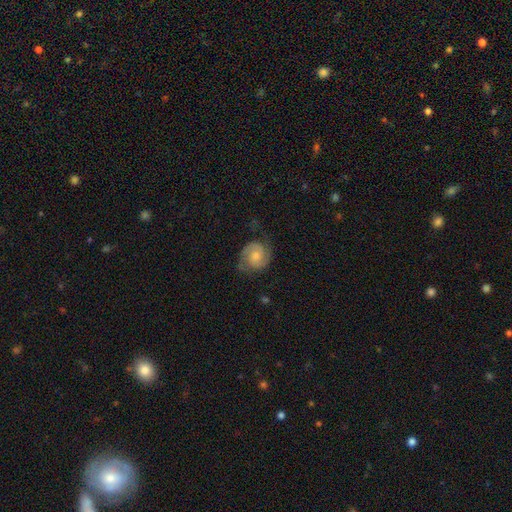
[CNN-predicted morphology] Q: Smooth or featured?
A: featured or disk (68%); runner-up: smooth (25%)
Q: Edge-on disk?
A: no (98%); runner-up: yes (2%)
Q: Bar?
A: no (66%); runner-up: weak (30%)
Q: Spiral arms?
A: yes (94%); runner-up: no (6%)
Q: Spiral winding?
A: medium (44%); runner-up: tight (40%)
Q: Spiral arm count?
A: 2 (86%); runner-up: can't tell (7%)
Q: Bulge size?
A: moderate (45%); runner-up: small (29%)
Q: Merging?
A: none (67%); runner-up: minor disturbance (21%)